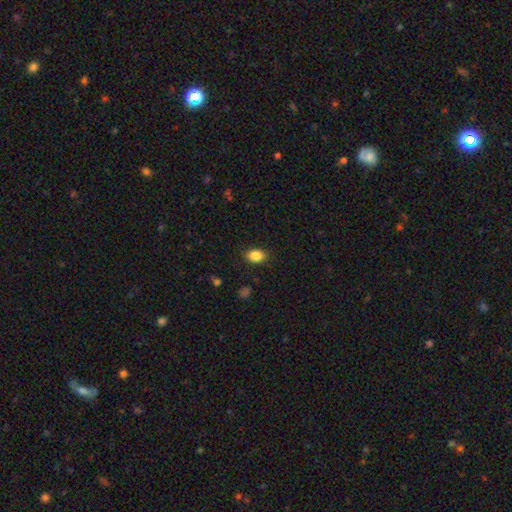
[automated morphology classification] Smooth or featured? Predicted: smooth (p=0.86). How rounded? Predicted: in between (p=0.77). Merging? Predicted: none (p=0.88).